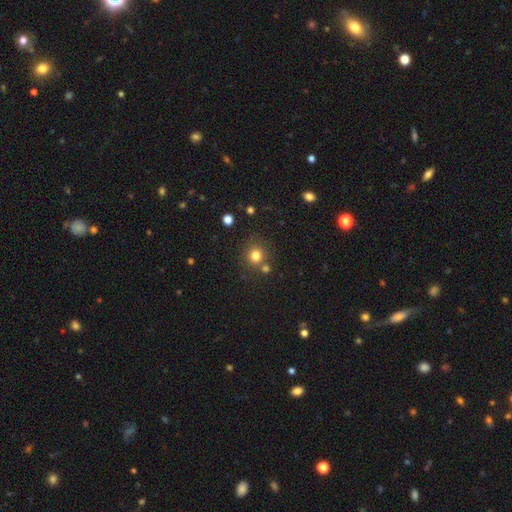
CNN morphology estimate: smooth_or_featured: smooth (p=0.79) [alt: star or artifact p=0.15]
how_rounded: round (p=0.90) [alt: in between p=0.09]
merging: none (p=0.75) [alt: merger p=0.13]